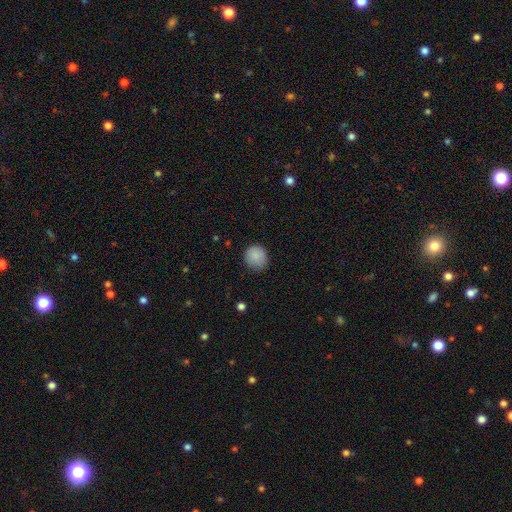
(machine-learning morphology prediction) A smooth galaxy with no disk features (87%) that is round (87%).

Vote fractions:
- Smooth or featured? smooth: 87% / star or artifact: 8% / featured or disk: 5%
- How rounded? round: 87% / in between: 12% / cigar-shaped: 1%
- Merging? none: 77% / minor disturbance: 18% / major disturbance: 4% / merger: 1%